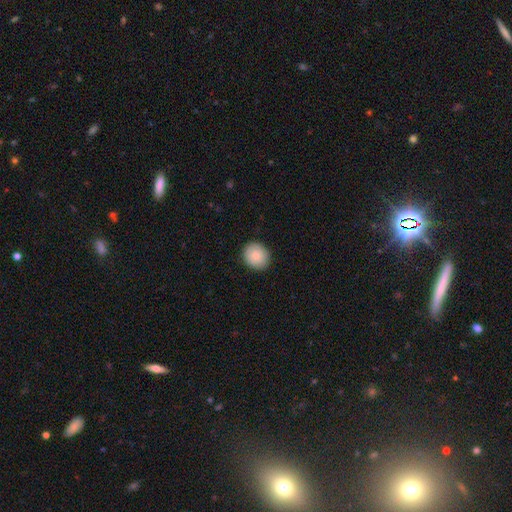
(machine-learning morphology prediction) This is clearly a smooth galaxy (82%). How rounded: likely round (78%). Merging: clearly none (90%).